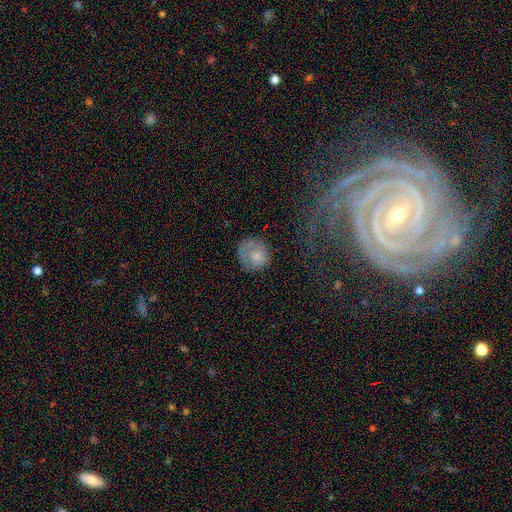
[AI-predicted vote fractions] This is likely a smooth galaxy (75%). How rounded: clearly round (88%). Merging: likely none (71%).